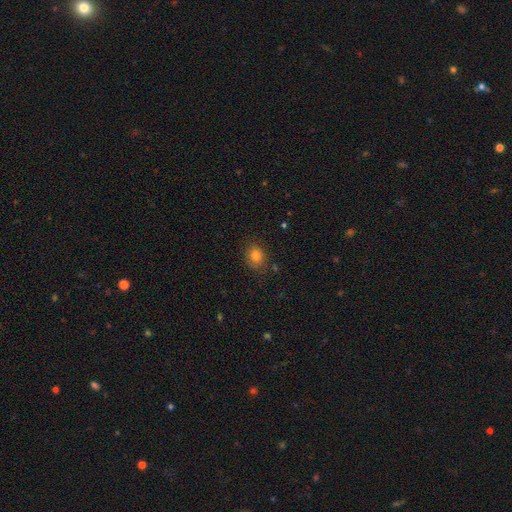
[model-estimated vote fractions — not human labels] smooth_or_featured: smooth (p=0.80) [alt: star or artifact p=0.12]
how_rounded: round (p=0.67) [alt: in between p=0.32]
merging: none (p=0.82) [alt: minor disturbance p=0.13]